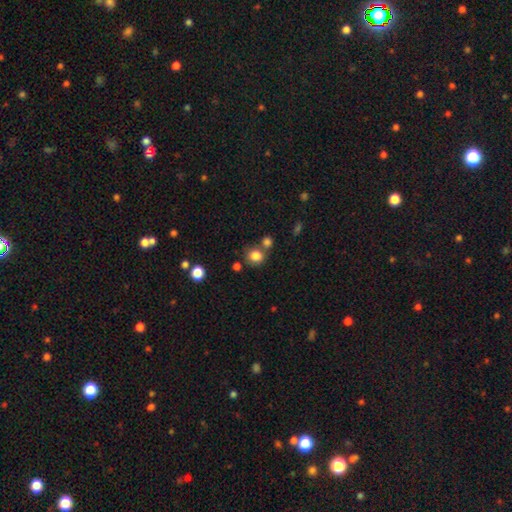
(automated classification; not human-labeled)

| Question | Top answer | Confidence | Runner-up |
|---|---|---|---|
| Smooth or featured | smooth | 82% | star or artifact (11%) |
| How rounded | round | 81% | in between (18%) |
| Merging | none | 65% | merger (21%) |